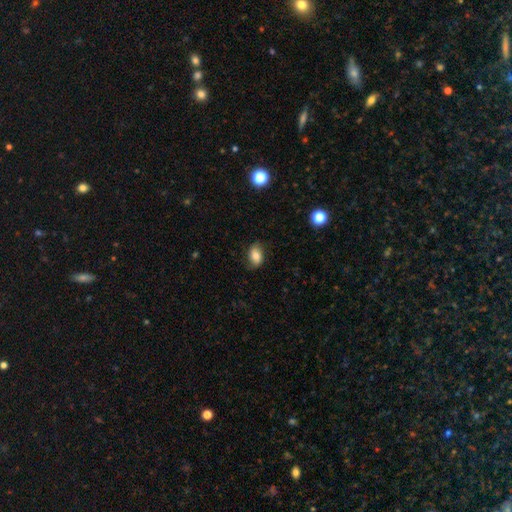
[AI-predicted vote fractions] The model was most divided on "smooth or featured": smooth: 73%, featured or disk: 18%, star or artifact: 9%. More confident: how rounded — in between (86%); merging — none (76%).